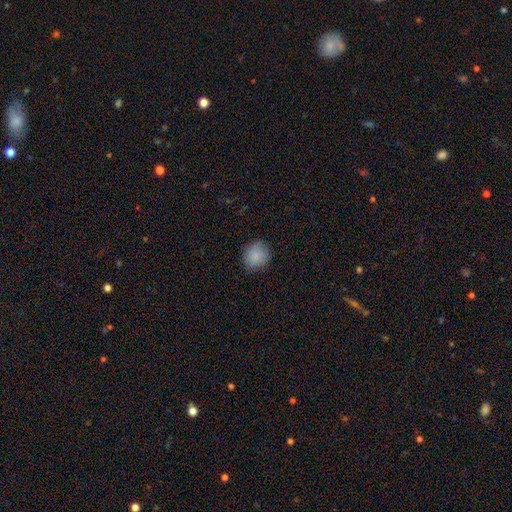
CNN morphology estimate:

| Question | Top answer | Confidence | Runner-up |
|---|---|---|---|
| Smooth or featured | smooth | 87% | star or artifact (8%) |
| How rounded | round | 75% | in between (24%) |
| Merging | none | 81% | minor disturbance (15%) |